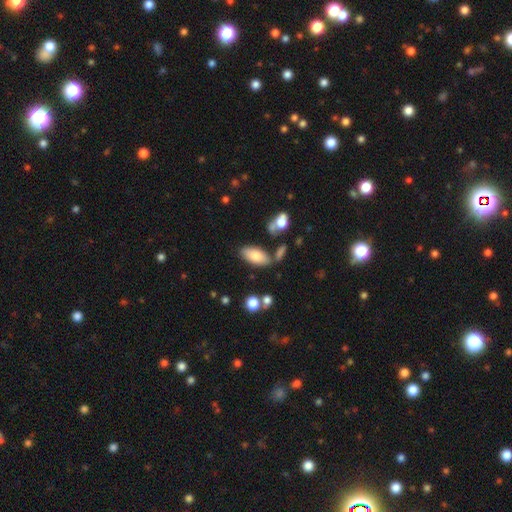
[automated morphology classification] A smooth galaxy with no disk features (77%) that is in between round and cigar-shaped (90%). Merging: none (73%).